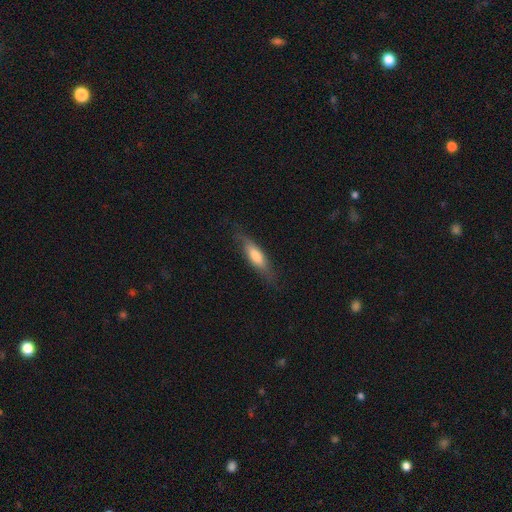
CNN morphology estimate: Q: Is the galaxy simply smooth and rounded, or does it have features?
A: smooth — 64%.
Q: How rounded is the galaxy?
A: cigar-shaped — 58%.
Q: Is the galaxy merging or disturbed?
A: none — 74%.